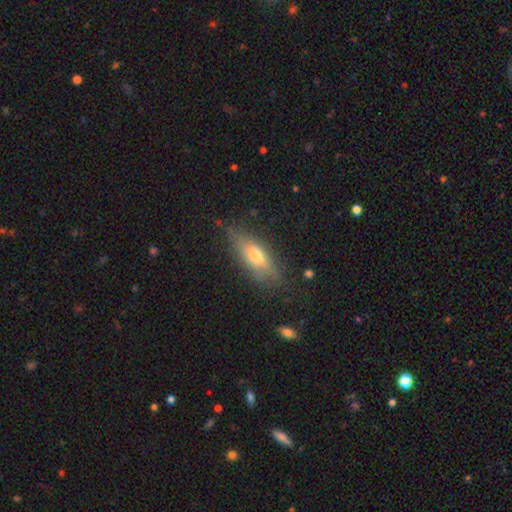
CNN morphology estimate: Smooth or featured? Predicted: smooth (p=0.52). How rounded? Predicted: in between (p=0.56). Merging? Predicted: none (p=0.78).